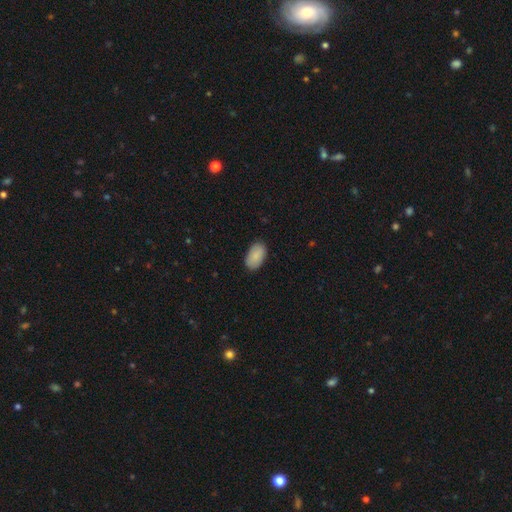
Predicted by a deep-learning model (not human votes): Q: Smooth or featured?
A: smooth (89%); runner-up: star or artifact (6%)
Q: How rounded?
A: in between (95%); runner-up: round (4%)
Q: Merging?
A: none (88%); runner-up: minor disturbance (9%)